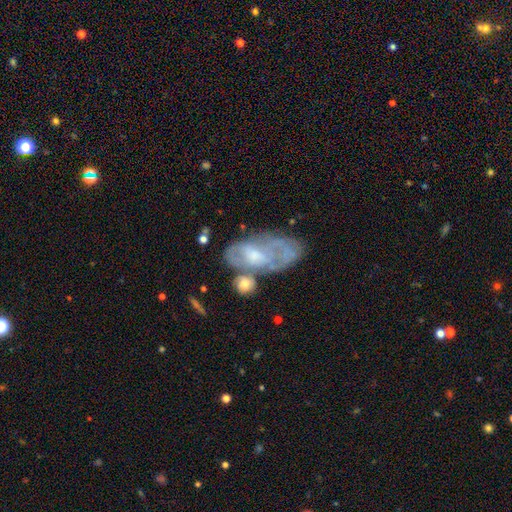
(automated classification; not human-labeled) The model was most divided on "spiral arms": yes: 53%, no: 47%. Remaining: edge-on disk — no (92%); smooth or featured — featured or disk (65%); bar — no (64%); bulge size — moderate (43%); merging — none (42%).